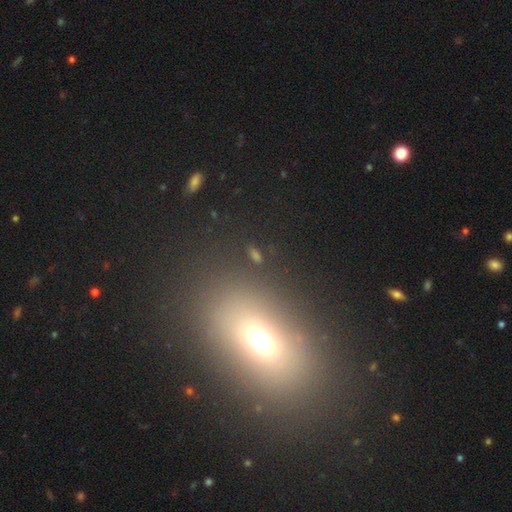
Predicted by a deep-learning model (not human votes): A smooth galaxy with no disk features (57%) that is in between round and cigar-shaped (67%). Merging: none (81%).